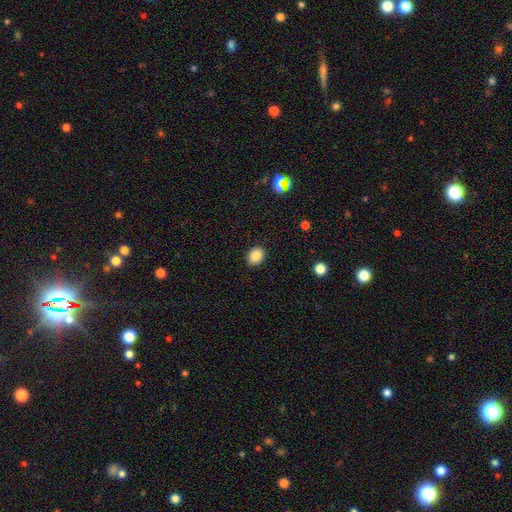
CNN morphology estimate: Overall: smooth (86%). How rounded: round (51%; in between 48%). Merging: none (90%).